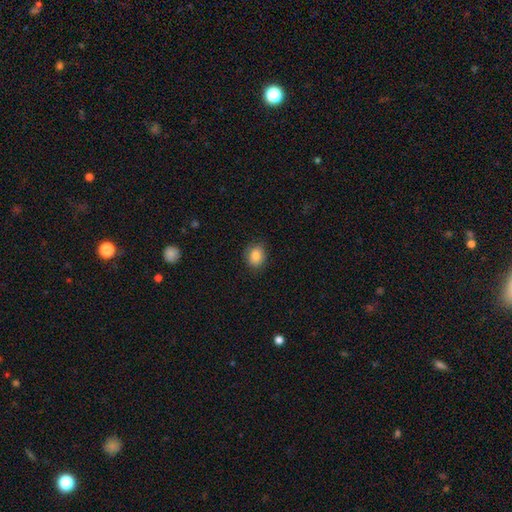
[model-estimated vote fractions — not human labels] smooth_or_featured: smooth (p=0.85) [alt: star or artifact p=0.09]
how_rounded: round (p=0.55) [alt: in between p=0.44]
merging: none (p=0.82) [alt: minor disturbance p=0.14]